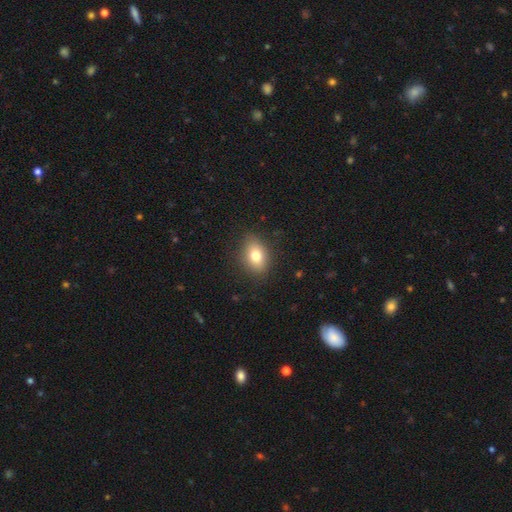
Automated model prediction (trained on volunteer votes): A smooth galaxy with no disk features (77%) that is in between round and cigar-shaped (76%). Merging: none (84%).